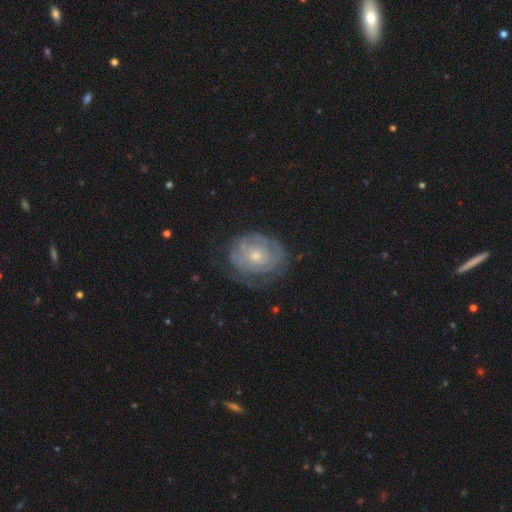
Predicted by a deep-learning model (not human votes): The model was most divided on "bulge size": small: 62%, moderate: 34%, large: 2%, none: 2%, dominant: 1%. More confident: edge-on disk — no (97%); bar — no (83%); spiral arms — yes (74%); spiral winding — tight (73%); smooth or featured — featured or disk (71%); merging — none (64%); spiral arm count — can't tell (57%).